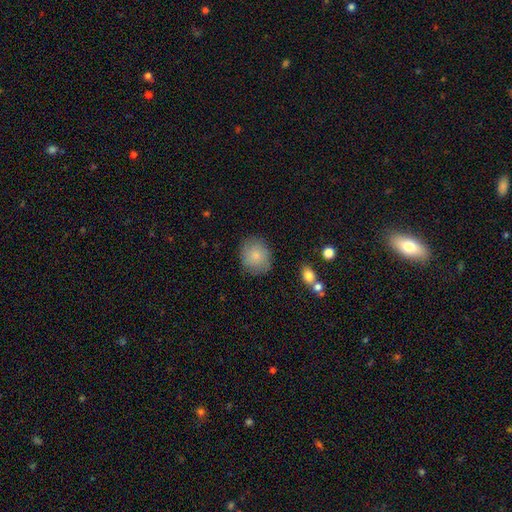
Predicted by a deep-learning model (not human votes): smooth-or-featured: smooth: 81% | featured or disk: 12% | star or artifact: 7%
  how-rounded: round: 73% | in between: 26% | cigar-shaped: 1%
  merging: none: 81% | minor disturbance: 14% | major disturbance: 4% | merger: 2%